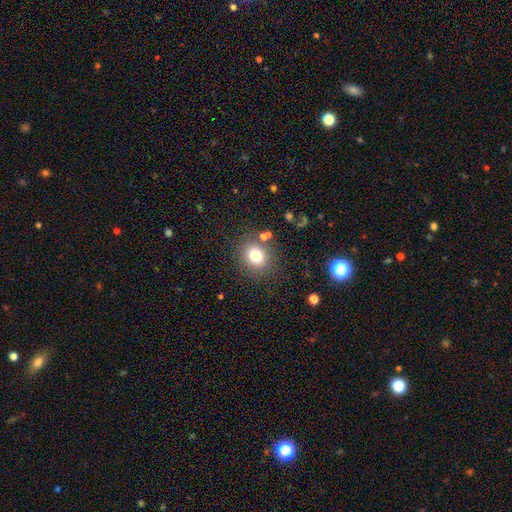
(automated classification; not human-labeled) Smooth or featured: smooth — 78% (star or artifact — 13%)
How rounded: round — 71% (in between — 28%)
Merging: none — 82% (minor disturbance — 10%)